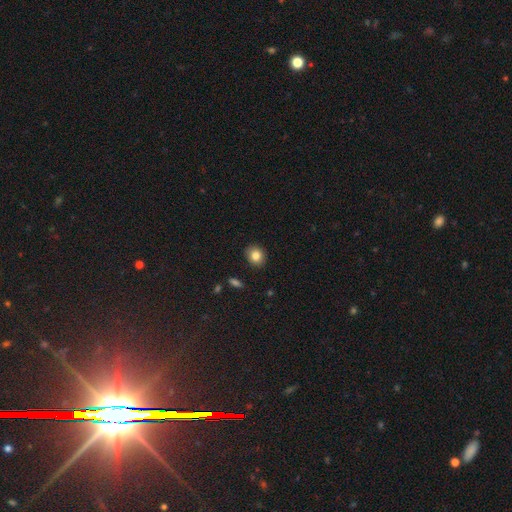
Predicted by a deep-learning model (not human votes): A smooth galaxy with no disk features (83%) that is round (64%). Merging: none (89%).